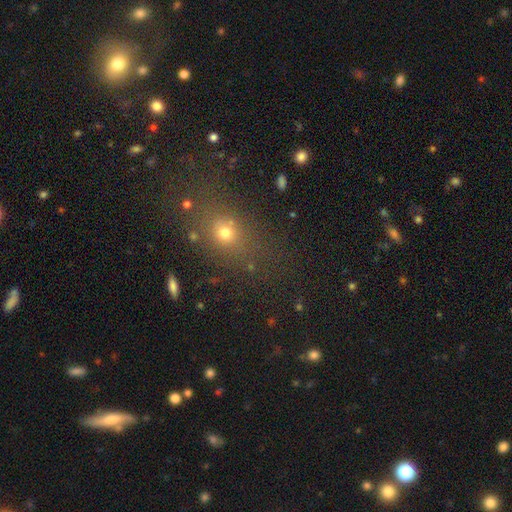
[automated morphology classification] Q: Smooth or featured?
A: smooth (54%); runner-up: star or artifact (35%)
Q: How rounded?
A: round (57%); runner-up: in between (38%)
Q: Merging?
A: none (79%); runner-up: minor disturbance (11%)